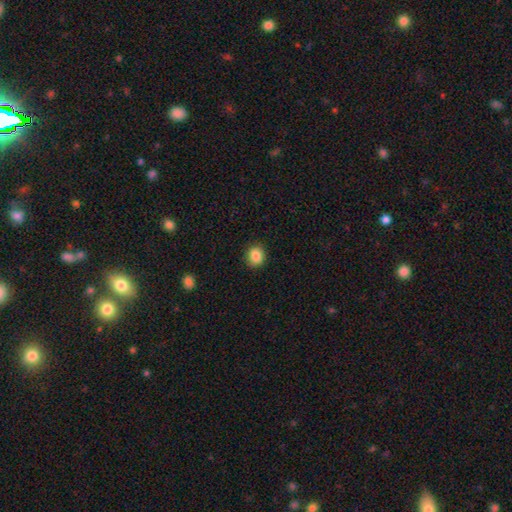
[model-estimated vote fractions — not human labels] Q: Smooth or featured?
A: smooth (86%); runner-up: star or artifact (9%)
Q: How rounded?
A: round (70%); runner-up: in between (29%)
Q: Merging?
A: none (89%); runner-up: minor disturbance (8%)